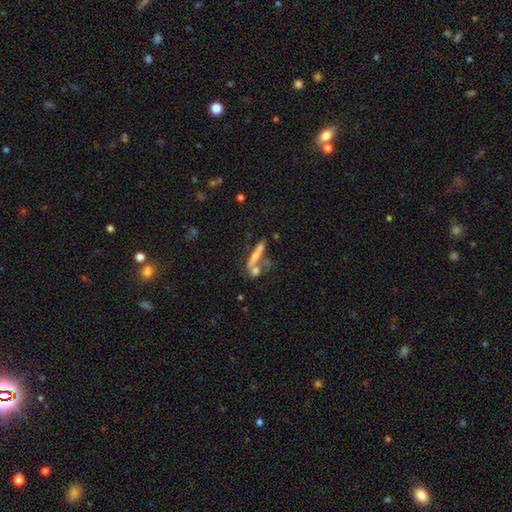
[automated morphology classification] smooth 47%, featured or disk 43%, star or artifact 10%. Down the decision tree: merging — none (49%).